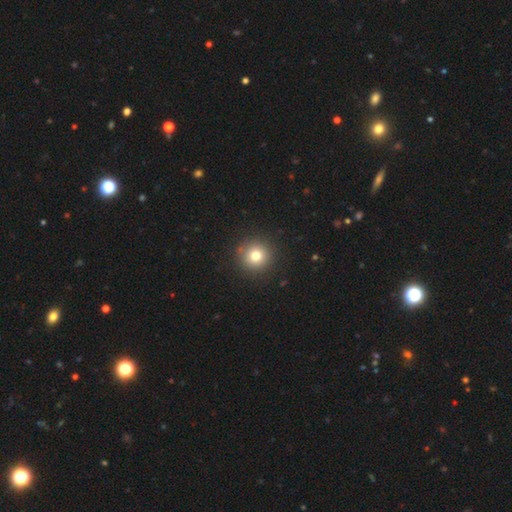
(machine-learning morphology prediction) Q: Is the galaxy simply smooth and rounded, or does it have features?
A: smooth — 78%.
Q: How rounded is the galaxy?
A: round — 95%.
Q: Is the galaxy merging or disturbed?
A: none — 91%.